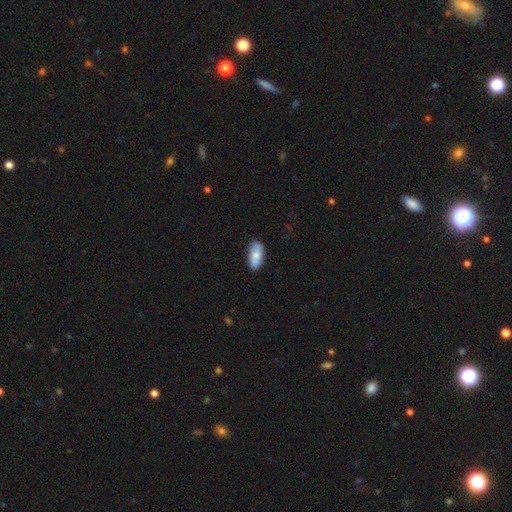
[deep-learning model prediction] A smooth galaxy with no disk features (76%) that is in between round and cigar-shaped (88%). Merging: none (83%).